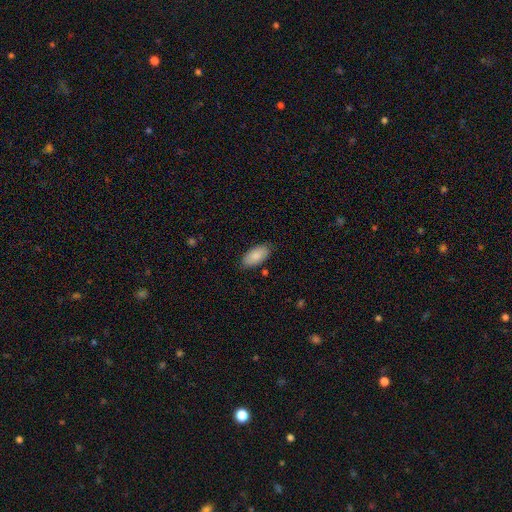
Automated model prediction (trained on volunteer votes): Smooth or featured? smooth (87%)
How rounded? in between (92%)
Merging? none (84%)